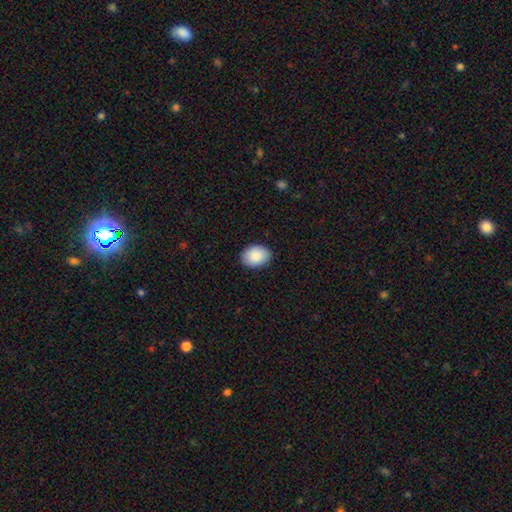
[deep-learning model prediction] Q: Smooth or featured?
A: smooth (90%); runner-up: star or artifact (6%)
Q: How rounded?
A: in between (75%); runner-up: round (24%)
Q: Merging?
A: none (87%); runner-up: minor disturbance (10%)